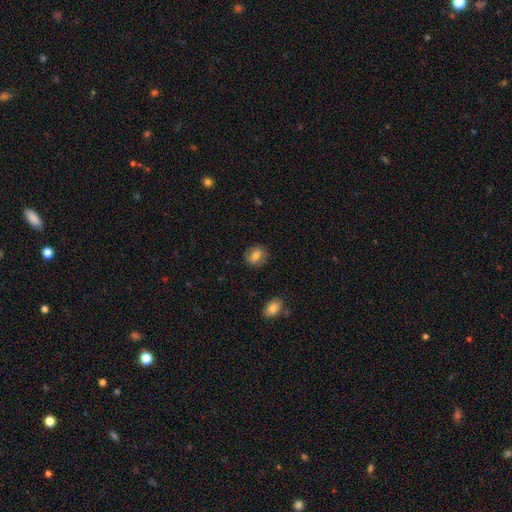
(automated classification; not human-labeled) smooth 75%, featured or disk 17%, star or artifact 8%. Down the decision tree: how rounded — round (63%); merging — none (84%).